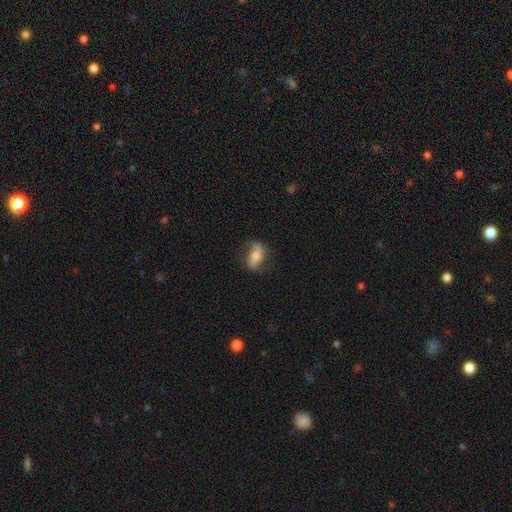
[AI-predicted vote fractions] featured or disk 52%, smooth 40%, star or artifact 8%. Down the decision tree: edge-on disk — no (90%); merging — none (68%).